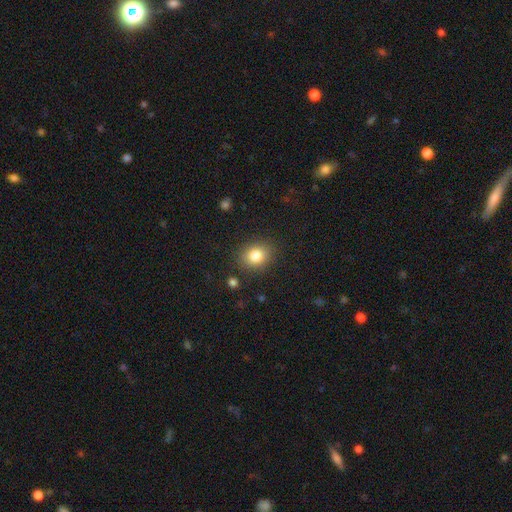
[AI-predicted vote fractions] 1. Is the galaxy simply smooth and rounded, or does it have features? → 82% smooth, 10% star or artifact, 8% featured or disk.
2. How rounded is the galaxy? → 58% round, 42% in between, 1% cigar-shaped.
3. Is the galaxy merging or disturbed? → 85% none, 10% minor disturbance, 3% major disturbance, 2% merger.